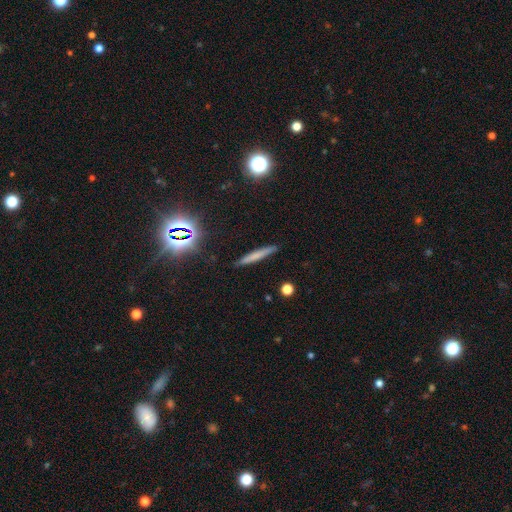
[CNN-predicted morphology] smooth-or-featured: smooth: 60% | featured or disk: 26% | star or artifact: 14%
  how-rounded: cigar-shaped: 94% | in between: 4% | round: 2%
  merging: none: 89% | minor disturbance: 8% | major disturbance: 2% | merger: 2%